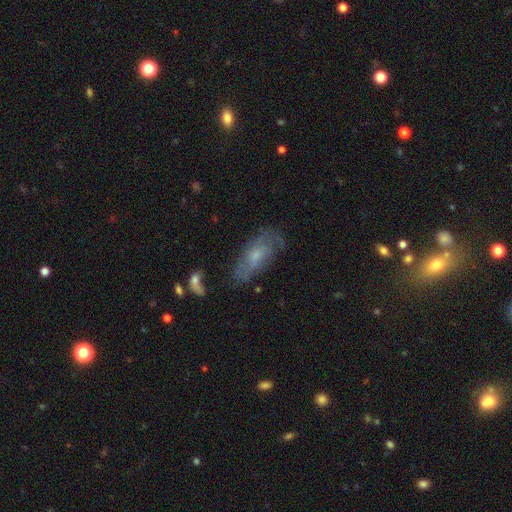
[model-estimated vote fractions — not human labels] This is possibly a featured or disk galaxy (50%). Merging: likely none (63%).